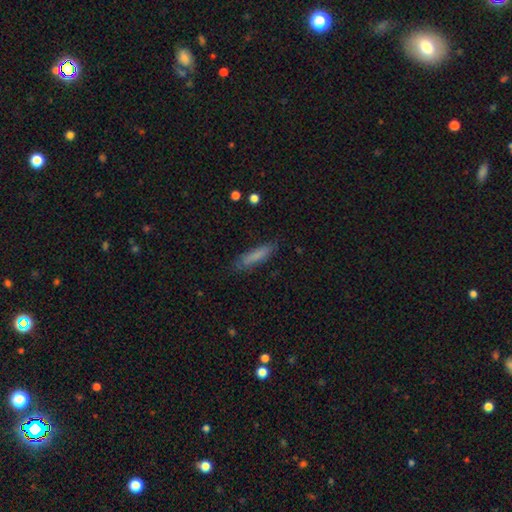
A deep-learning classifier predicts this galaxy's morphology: Smooth or featured: smooth — 78% (featured or disk — 14%)
How rounded: cigar-shaped — 79% (in between — 19%)
Merging: none — 78% (minor disturbance — 16%)